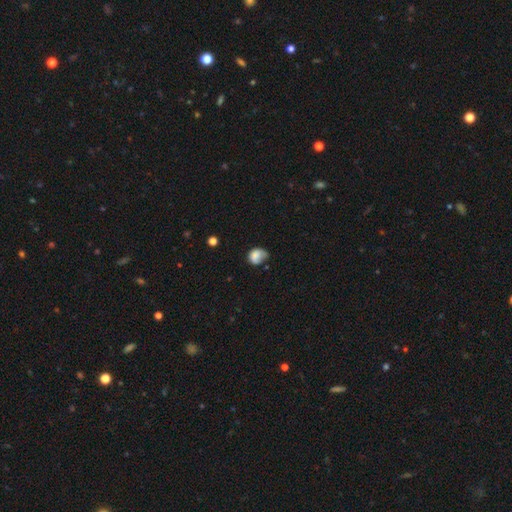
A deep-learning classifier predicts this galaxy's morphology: This is likely a smooth galaxy (77%). How rounded: possibly round (54%). Merging: marginally none (40%).